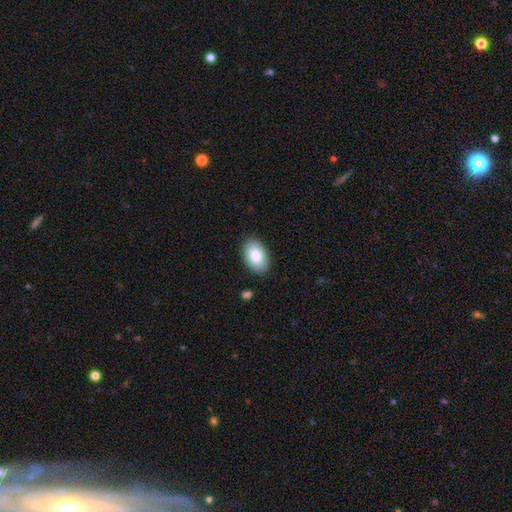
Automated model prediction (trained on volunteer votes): Smooth or featured? smooth (86%)
How rounded? in between (92%)
Merging? none (86%)